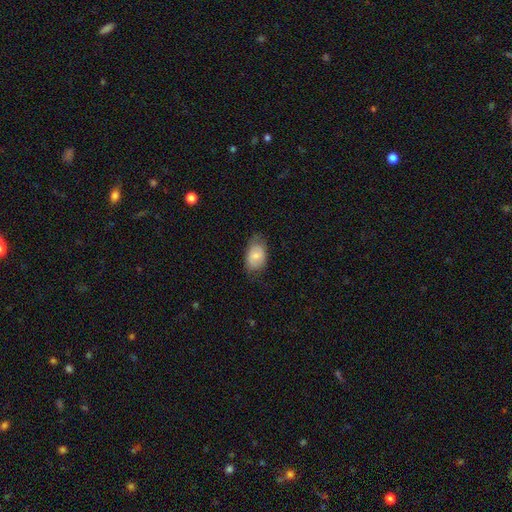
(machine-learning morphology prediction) Q: Smooth or featured?
A: smooth (75%); runner-up: featured or disk (18%)
Q: How rounded?
A: in between (87%); runner-up: round (11%)
Q: Merging?
A: none (66%); runner-up: minor disturbance (26%)